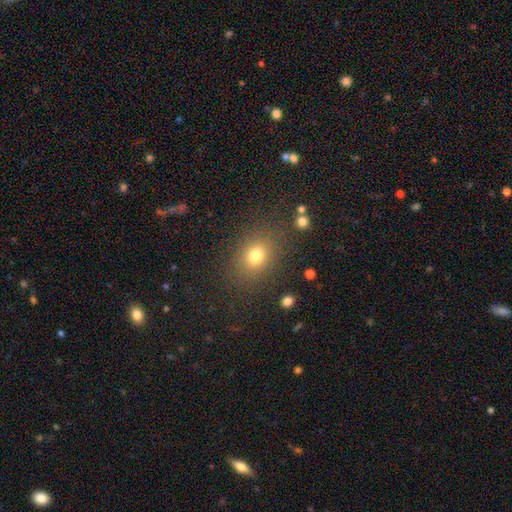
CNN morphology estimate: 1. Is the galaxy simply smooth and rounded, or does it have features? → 77% smooth, 14% star or artifact, 9% featured or disk.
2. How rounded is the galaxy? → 55% in between, 44% round, 1% cigar-shaped.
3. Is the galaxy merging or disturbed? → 82% none, 11% minor disturbance, 5% major disturbance, 2% merger.